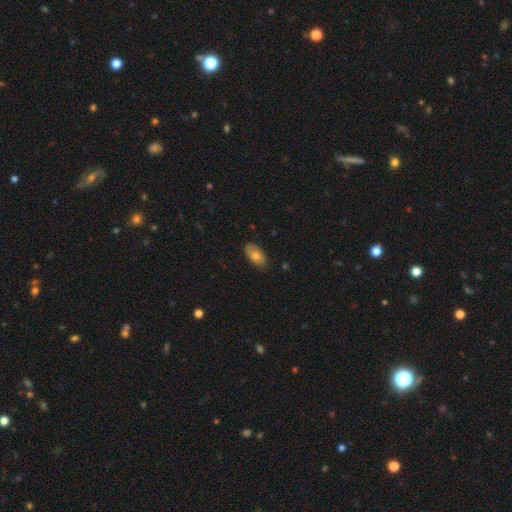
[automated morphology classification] Smooth or featured: smooth — 74% (featured or disk — 19%)
How rounded: in between — 93% (round — 4%)
Merging: none — 83% (minor disturbance — 14%)